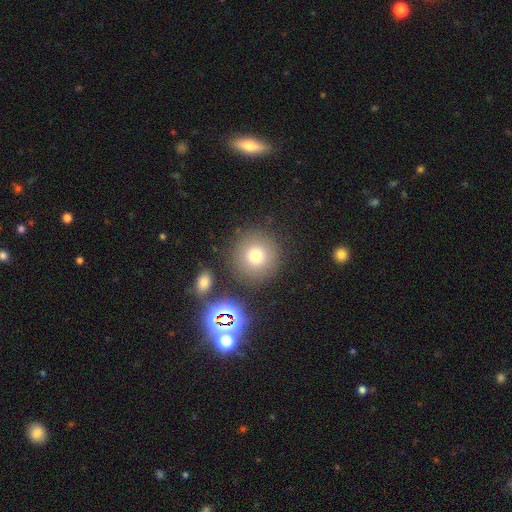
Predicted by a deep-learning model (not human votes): Smooth or featured? smooth (73%)
How rounded? round (94%)
Merging? none (83%)